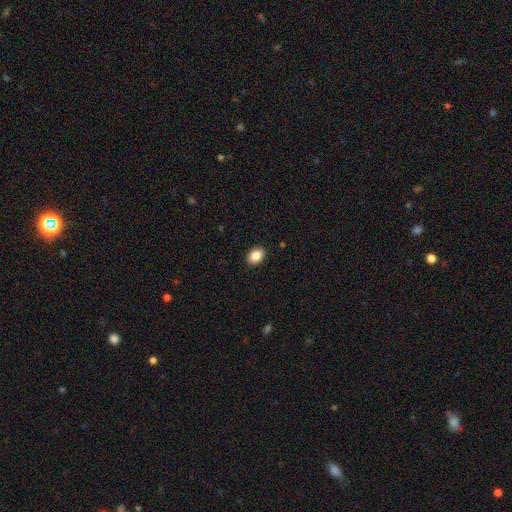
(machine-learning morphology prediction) The model was most divided on "how rounded": in between: 75%, round: 24%, cigar-shaped: 1%. More confident: merging — none (90%); smooth or featured — smooth (87%).